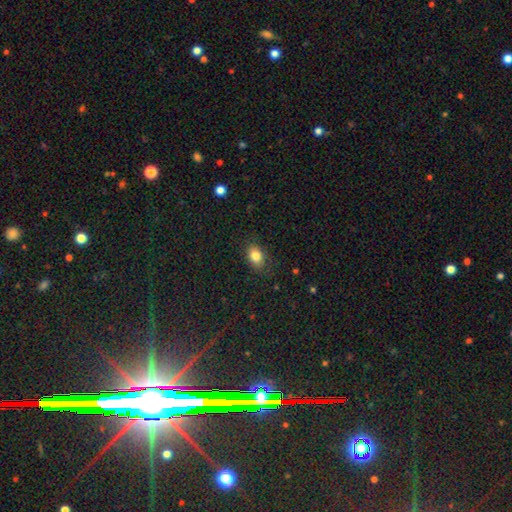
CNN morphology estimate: smooth_or_featured: smooth (p=0.83) [alt: star or artifact p=0.10]
how_rounded: in between (p=0.77) [alt: round p=0.21]
merging: none (p=0.82) [alt: minor disturbance p=0.14]